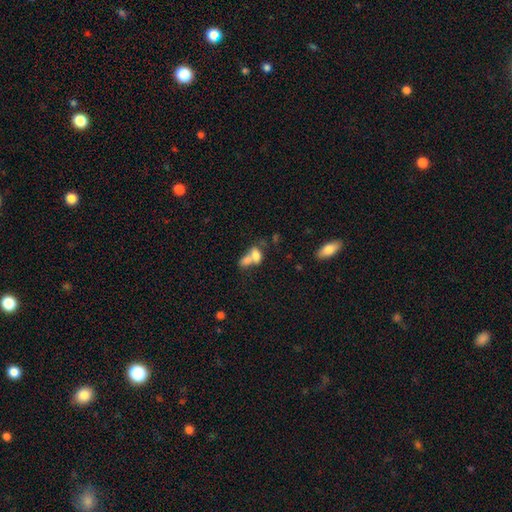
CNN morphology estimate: The model was most divided on "merging": merger: 66%, none: 20%, minor disturbance: 8%, major disturbance: 6%. More confident: how rounded — in between (81%); smooth or featured — smooth (72%).